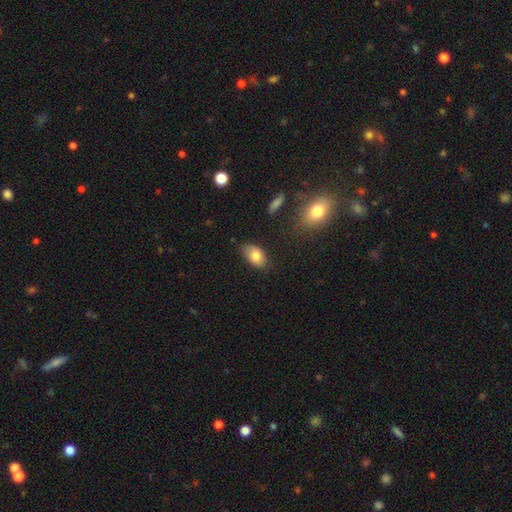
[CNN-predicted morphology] type=smooth (81%); roundness=in between (92%); merging=none (75%).